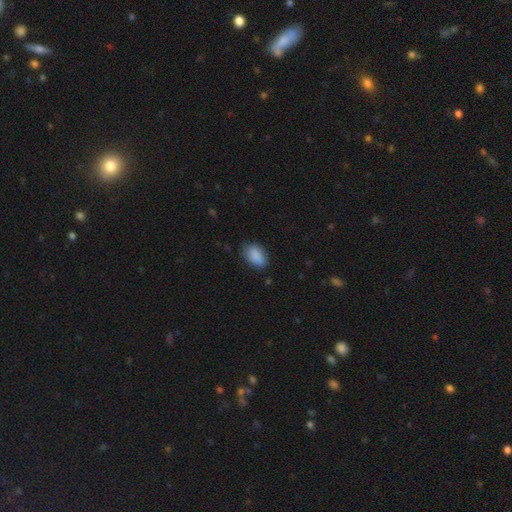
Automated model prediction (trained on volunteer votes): Overall: smooth (87%). How rounded: in between (88%). Merging: none (72%).